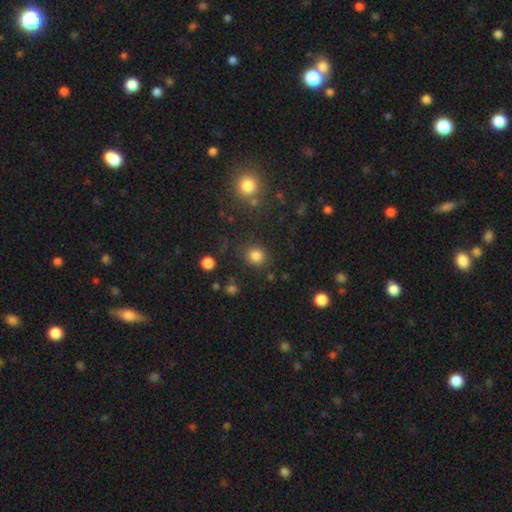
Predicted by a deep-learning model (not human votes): smooth 82%, star or artifact 13%, featured or disk 5%. Down the decision tree: how rounded — round (83%); merging — none (84%).